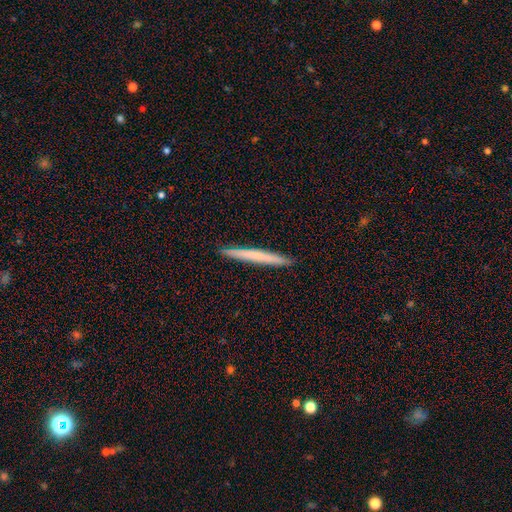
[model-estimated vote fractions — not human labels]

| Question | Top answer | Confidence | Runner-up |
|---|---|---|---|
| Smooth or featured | smooth | 60% | featured or disk (34%) |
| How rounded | cigar-shaped | 97% | in between (2%) |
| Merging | none | 92% | minor disturbance (5%) |